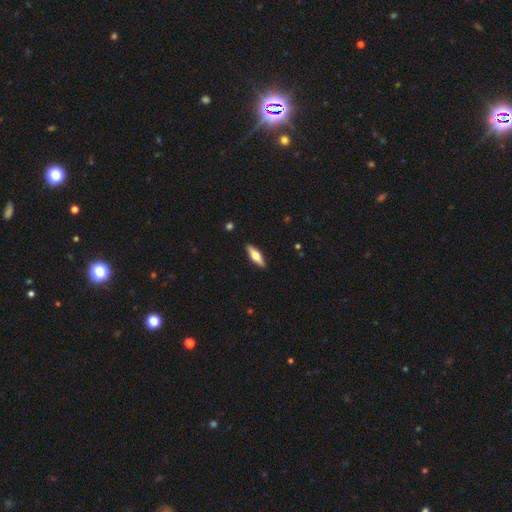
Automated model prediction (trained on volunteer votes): The model was most divided on "smooth or featured": featured or disk: 48%, smooth: 47%, star or artifact: 6%. More confident: merging — none (90%).